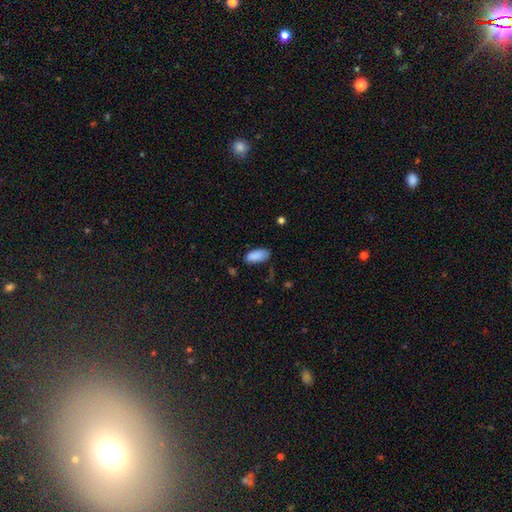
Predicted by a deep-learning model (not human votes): A smooth galaxy with no disk features (88%) that is in between round and cigar-shaped (88%).

Vote fractions:
- Smooth or featured? smooth: 88% / star or artifact: 7% / featured or disk: 5%
- How rounded? in between: 88% / cigar-shaped: 10% / round: 2%
- Merging? none: 70% / minor disturbance: 23% / major disturbance: 5% / merger: 2%